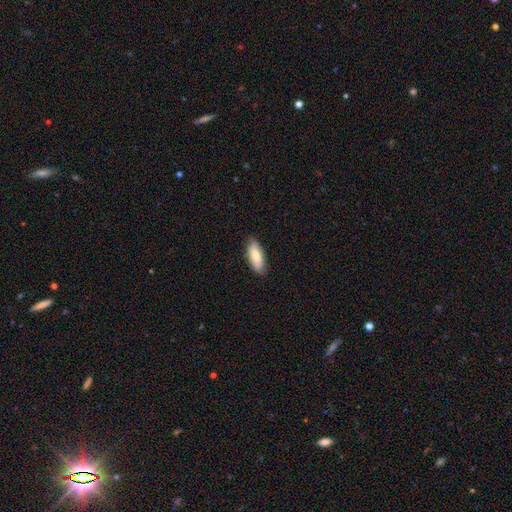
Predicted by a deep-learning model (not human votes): Smooth or featured?
  - smooth: 73% *
  - featured or disk: 21%
  - star or artifact: 6%
How rounded?
  - in between: 76% *
  - cigar-shaped: 22%
  - round: 2%
Merging?
  - none: 86% *
  - minor disturbance: 11%
  - major disturbance: 2%
  - merger: 1%